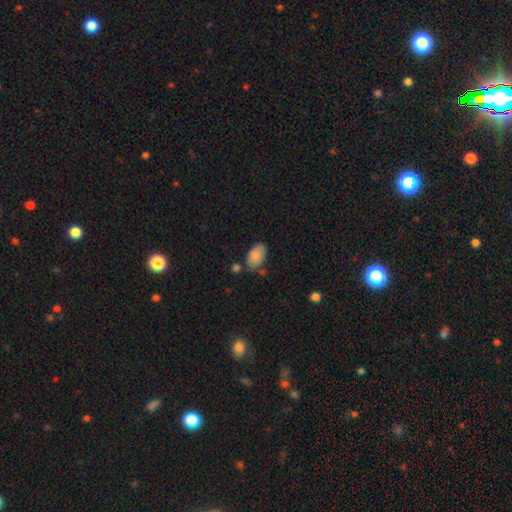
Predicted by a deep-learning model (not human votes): A smooth galaxy with no disk features (86%) that is in between round and cigar-shaped (92%).

Vote fractions:
- Smooth or featured? smooth: 86% / star or artifact: 7% / featured or disk: 7%
- How rounded? in between: 92% / round: 6% / cigar-shaped: 1%
- Merging? none: 65% / minor disturbance: 22% / merger: 8% / major disturbance: 5%